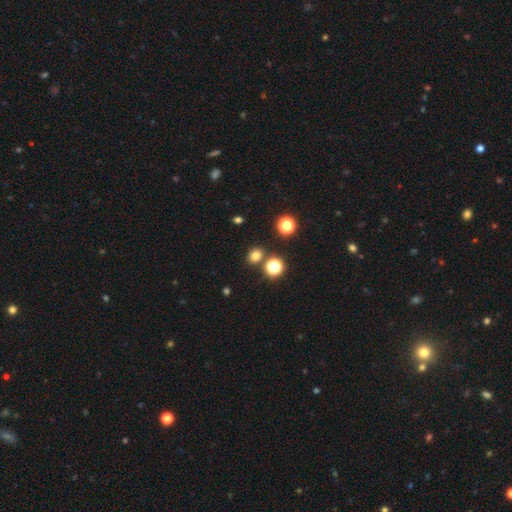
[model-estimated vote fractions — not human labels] Smooth or featured: smooth — 76% (star or artifact — 19%)
How rounded: round — 55% (in between — 44%)
Merging: none — 81% (minor disturbance — 9%)